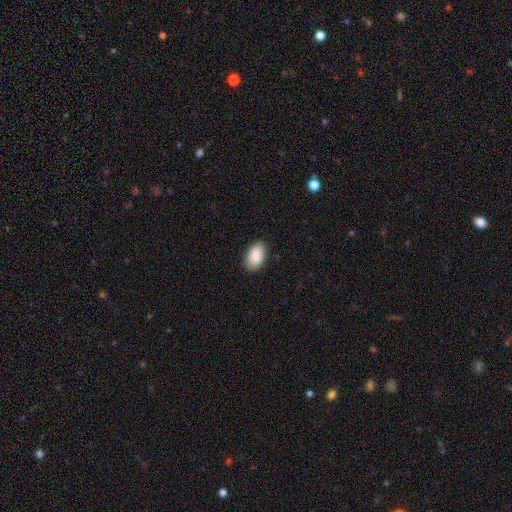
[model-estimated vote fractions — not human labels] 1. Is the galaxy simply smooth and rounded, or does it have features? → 88% smooth, 6% star or artifact, 5% featured or disk.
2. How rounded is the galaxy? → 94% in between, 5% round, 2% cigar-shaped.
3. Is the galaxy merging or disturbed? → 83% none, 13% minor disturbance, 3% major disturbance, 1% merger.